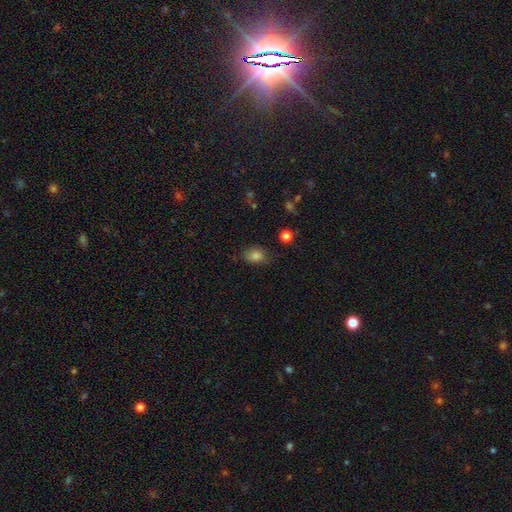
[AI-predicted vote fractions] smooth-or-featured: smooth: 83% | star or artifact: 11% | featured or disk: 6%
  how-rounded: in between: 68% | round: 31% | cigar-shaped: 1%
  merging: none: 71% | minor disturbance: 22% | major disturbance: 5% | merger: 2%